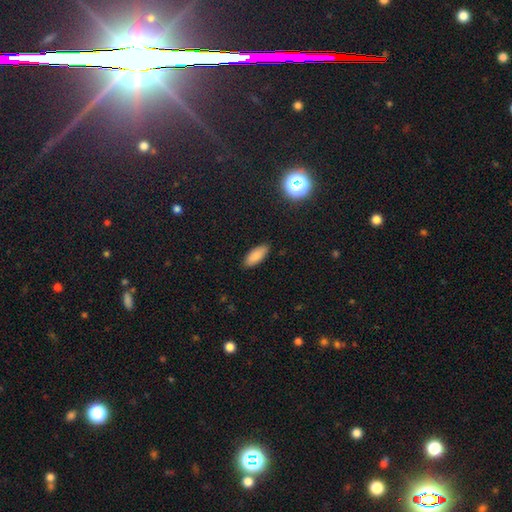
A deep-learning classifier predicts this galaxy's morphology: Q: Smooth or featured?
A: smooth (86%); runner-up: star or artifact (8%)
Q: How rounded?
A: in between (80%); runner-up: cigar-shaped (18%)
Q: Merging?
A: none (88%); runner-up: minor disturbance (9%)